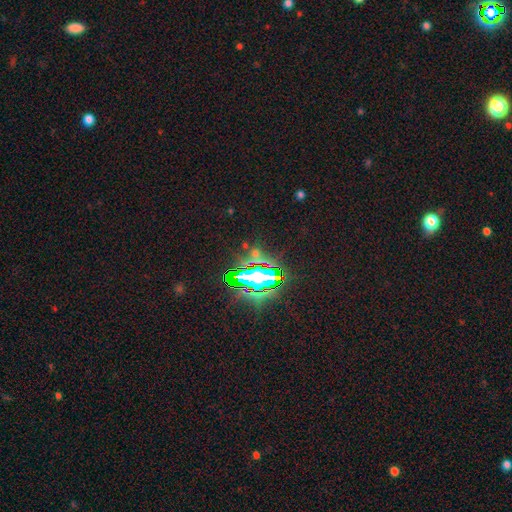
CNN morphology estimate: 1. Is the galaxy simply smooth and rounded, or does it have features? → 76% star or artifact, 13% smooth, 11% featured or disk.